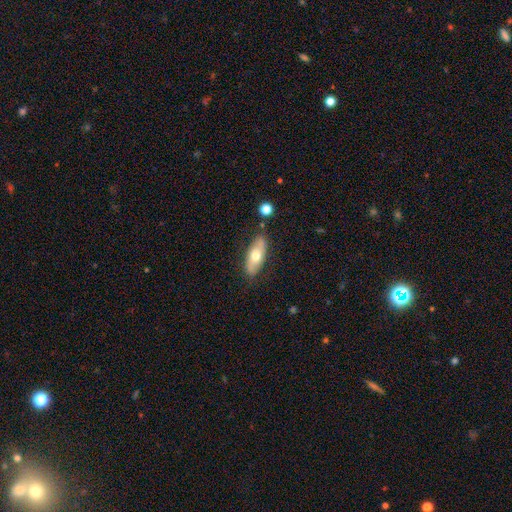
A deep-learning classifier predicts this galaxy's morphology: smooth_or_featured: smooth (p=0.58) [alt: featured or disk p=0.36]
how_rounded: in between (p=0.75) [alt: cigar-shaped p=0.22]
merging: none (p=0.81) [alt: minor disturbance p=0.13]